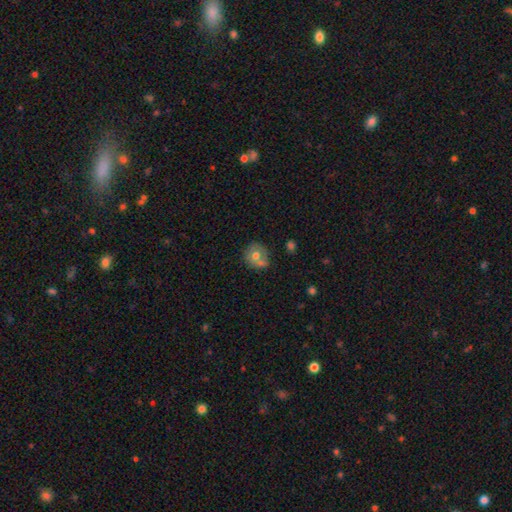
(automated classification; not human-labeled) smooth 63%, featured or disk 29%, star or artifact 8%. Down the decision tree: how rounded — round (79%); merging — none (50%).